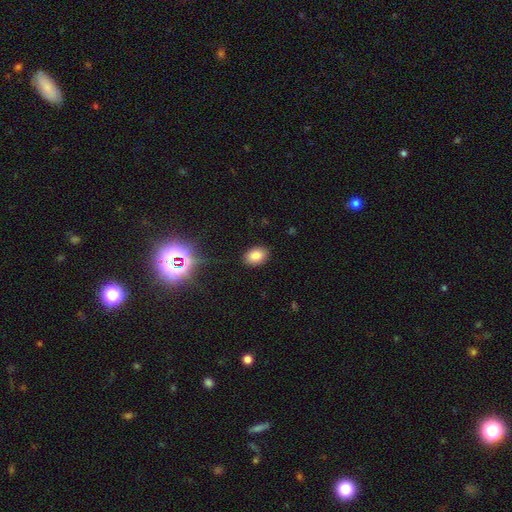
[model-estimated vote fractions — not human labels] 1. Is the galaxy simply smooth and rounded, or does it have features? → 81% smooth, 12% star or artifact, 6% featured or disk.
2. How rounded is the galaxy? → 81% in between, 18% round, 1% cigar-shaped.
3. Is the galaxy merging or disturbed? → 89% none, 8% minor disturbance, 2% major disturbance, 1% merger.